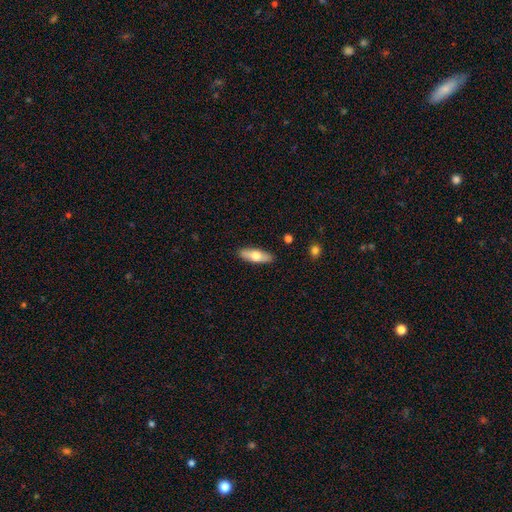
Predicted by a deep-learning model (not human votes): Q: Smooth or featured?
A: smooth (65%); runner-up: featured or disk (30%)
Q: How rounded?
A: in between (61%); runner-up: cigar-shaped (37%)
Q: Merging?
A: none (89%); runner-up: minor disturbance (8%)